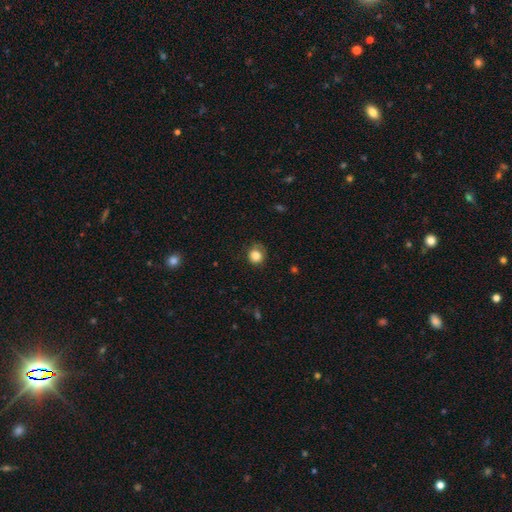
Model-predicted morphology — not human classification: The model was most divided on "merging": none: 68%, minor disturbance: 23%, major disturbance: 8%, merger: 1%. More confident: how rounded — round (84%); smooth or featured — smooth (83%).